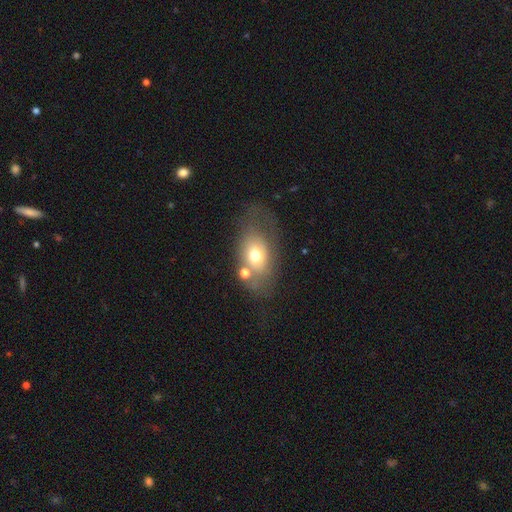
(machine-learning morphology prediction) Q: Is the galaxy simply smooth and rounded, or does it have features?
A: smooth — 60%.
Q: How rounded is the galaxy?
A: in between — 78%.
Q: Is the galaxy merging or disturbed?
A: none — 47%.